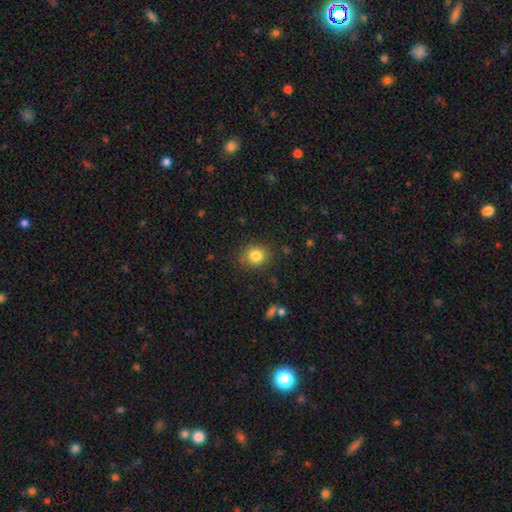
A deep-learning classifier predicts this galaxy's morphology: type=smooth (83%); roundness=round (83%); merging=none (86%).